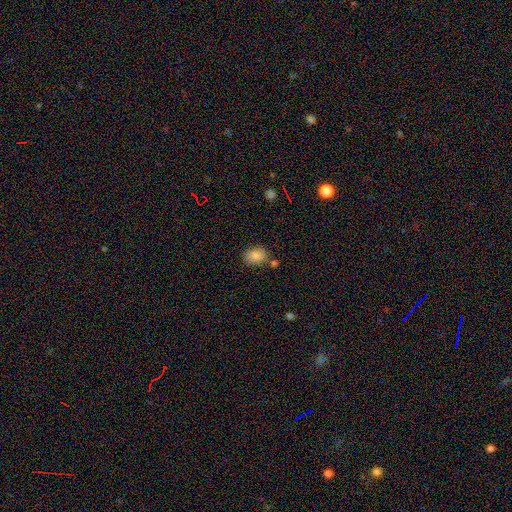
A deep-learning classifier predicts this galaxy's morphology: Overall: smooth (84%). How rounded: in between (61%; round 38%). Merging: none (73%).